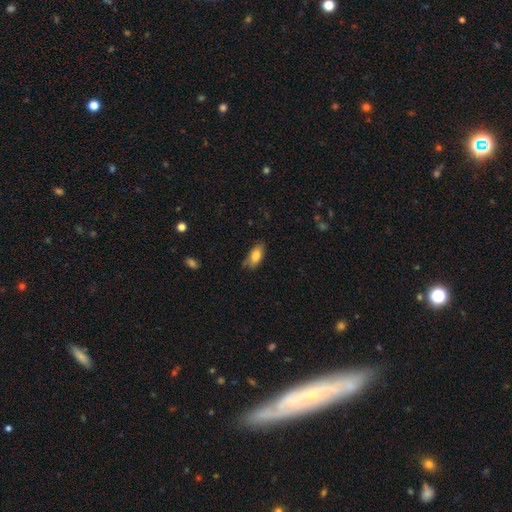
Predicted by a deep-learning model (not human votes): Smooth or featured? smooth (80%)
How rounded? in between (89%)
Merging? none (65%)